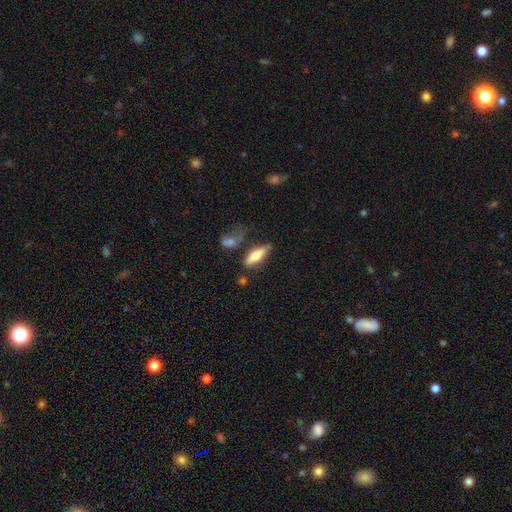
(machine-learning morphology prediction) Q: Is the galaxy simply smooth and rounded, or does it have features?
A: smooth — 64%.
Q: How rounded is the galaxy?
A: in between — 58%.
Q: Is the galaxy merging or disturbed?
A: none — 62%.